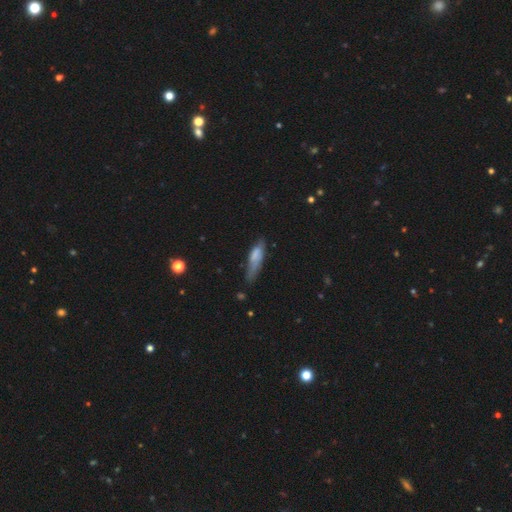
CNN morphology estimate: smooth 66%, featured or disk 26%, star or artifact 8%. Down the decision tree: how rounded — cigar-shaped (61%); merging — none (44%).